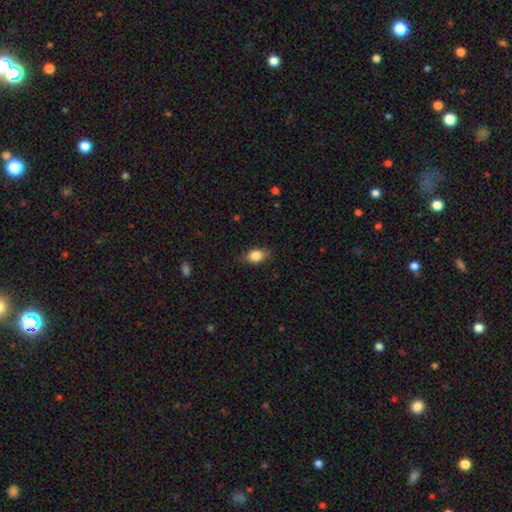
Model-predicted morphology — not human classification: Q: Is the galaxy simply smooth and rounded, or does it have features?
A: smooth — 84%.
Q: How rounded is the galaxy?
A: in between — 77%.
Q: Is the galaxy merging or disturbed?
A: none — 80%.